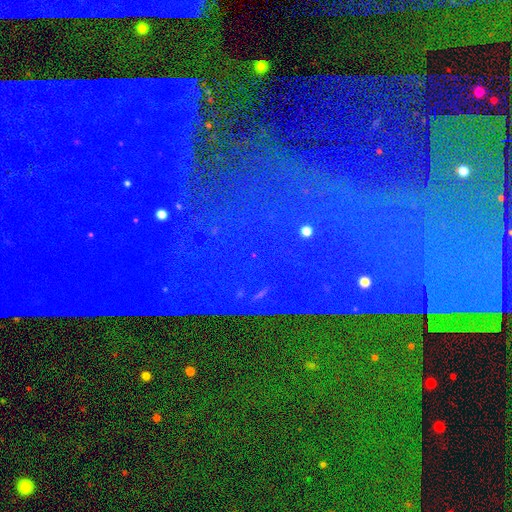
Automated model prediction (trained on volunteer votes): This appears to be a star or artifact, not a galaxy (87%).